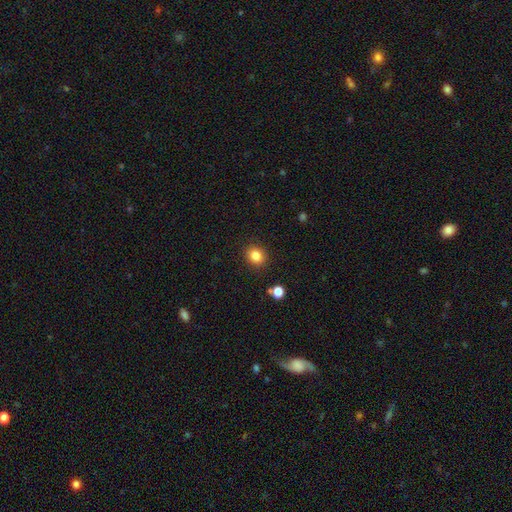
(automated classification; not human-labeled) Smooth or featured: smooth — 84% (star or artifact — 11%)
How rounded: round — 73% (in between — 26%)
Merging: none — 88% (minor disturbance — 8%)